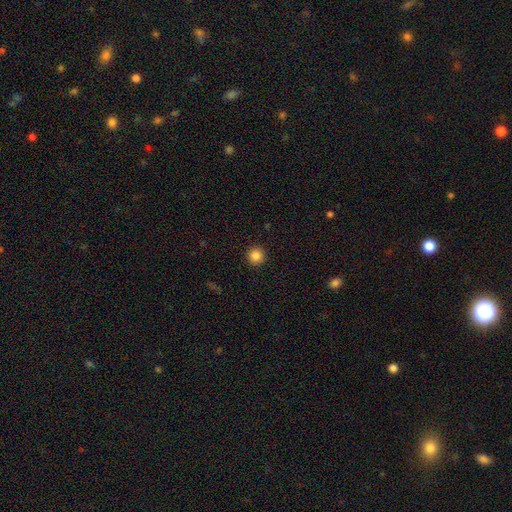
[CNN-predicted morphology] A smooth galaxy with no disk features (86%) that is round (95%).

Vote fractions:
- Smooth or featured? smooth: 86% / star or artifact: 11% / featured or disk: 4%
- How rounded? round: 95% / in between: 4% / cigar-shaped: 1%
- Merging? none: 93% / minor disturbance: 5% / major disturbance: 2% / merger: 1%